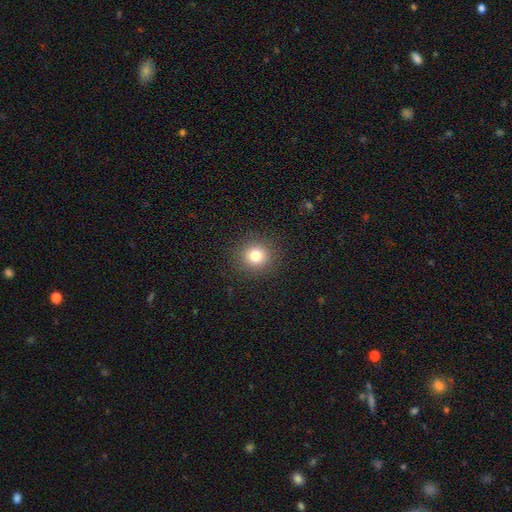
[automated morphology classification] A smooth galaxy with no disk features (80%) that is round (92%). Merging: none (90%).